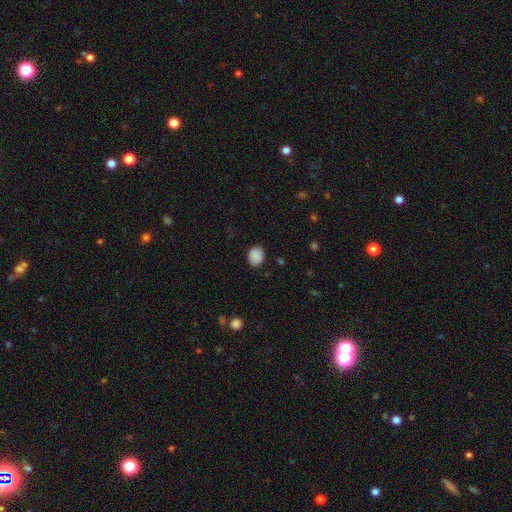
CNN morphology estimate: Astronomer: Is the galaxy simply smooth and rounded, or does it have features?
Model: smooth — 89%.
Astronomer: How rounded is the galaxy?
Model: round — 52% (runner-up: in between, 47%).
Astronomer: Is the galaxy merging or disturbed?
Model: none — 85%.